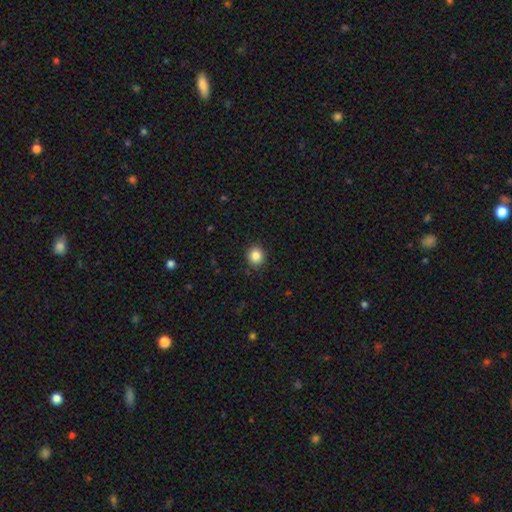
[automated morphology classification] A smooth galaxy with no disk features (85%) that is round (88%). Merging: none (91%).